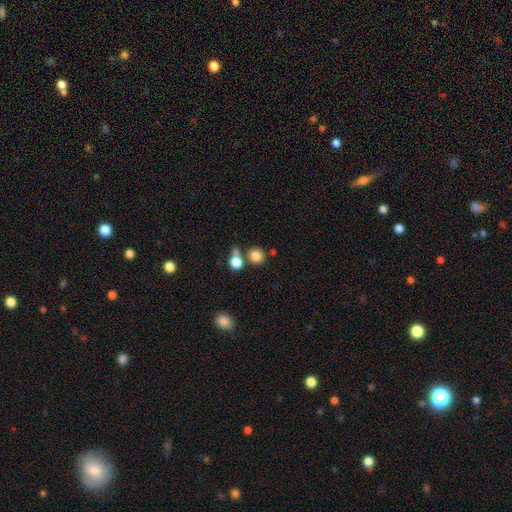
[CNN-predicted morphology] Q: Smooth or featured?
A: smooth (82%); runner-up: star or artifact (12%)
Q: How rounded?
A: round (88%); runner-up: in between (11%)
Q: Merging?
A: none (69%); runner-up: merger (19%)